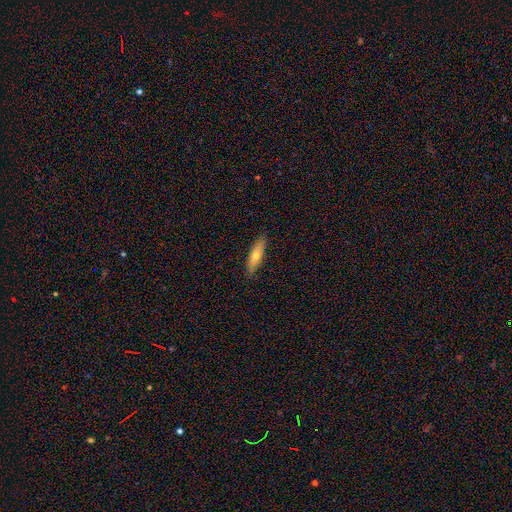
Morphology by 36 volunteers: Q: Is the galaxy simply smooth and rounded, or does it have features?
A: smooth — 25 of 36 (69%).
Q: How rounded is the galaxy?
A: cigar-shaped — 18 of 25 (72%).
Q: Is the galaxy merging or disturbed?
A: none — 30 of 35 (86%).